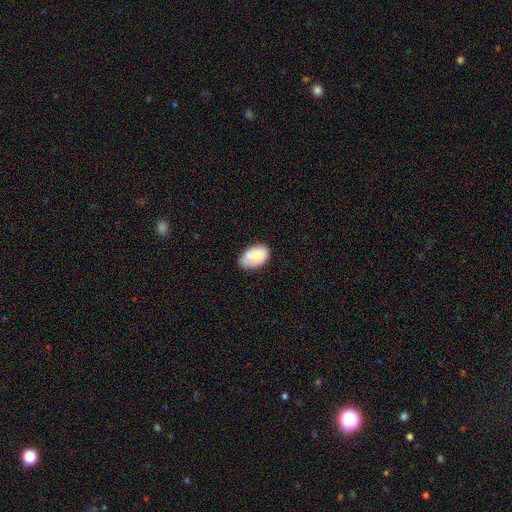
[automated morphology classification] Smooth or featured: smooth — 76% (featured or disk — 17%)
How rounded: in between — 90% (round — 8%)
Merging: none — 60% (minor disturbance — 28%)